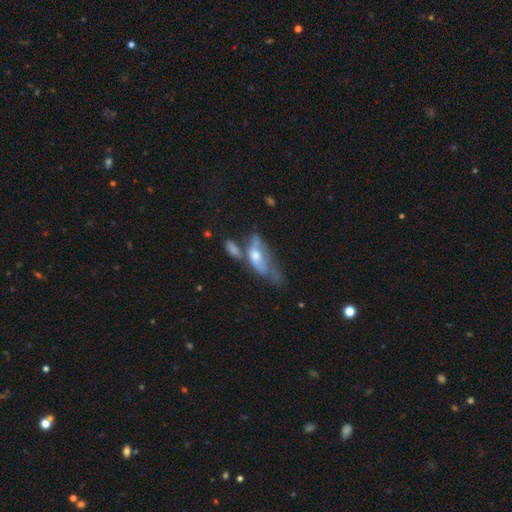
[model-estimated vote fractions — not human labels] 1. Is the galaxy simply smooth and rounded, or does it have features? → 52% featured or disk, 39% smooth, 9% star or artifact.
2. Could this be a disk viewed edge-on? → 77% no, 23% yes.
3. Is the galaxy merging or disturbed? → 36% merger, 29% major disturbance, 18% none, 17% minor disturbance.